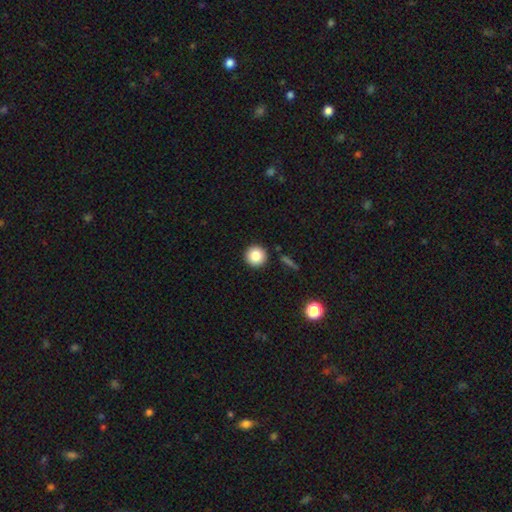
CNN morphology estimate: A smooth galaxy with no disk features (84%) that is round (95%).

Vote fractions:
- Smooth or featured? smooth: 84% / star or artifact: 9% / featured or disk: 6%
- How rounded? round: 95% / in between: 4% / cigar-shaped: 1%
- Merging? none: 91% / minor disturbance: 5% / merger: 2% / major disturbance: 2%